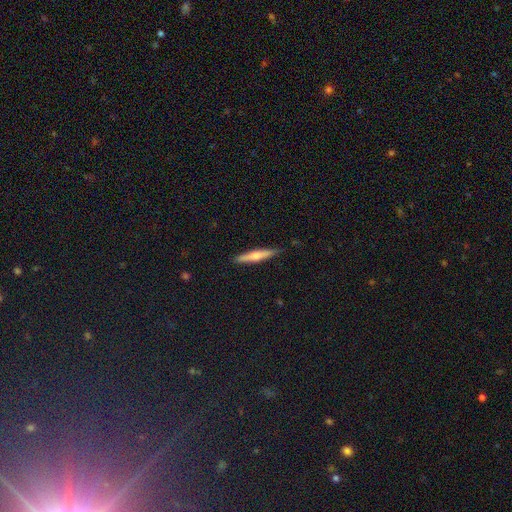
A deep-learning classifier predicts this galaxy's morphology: This is possibly a smooth galaxy (49%). Merging: clearly none (88%).